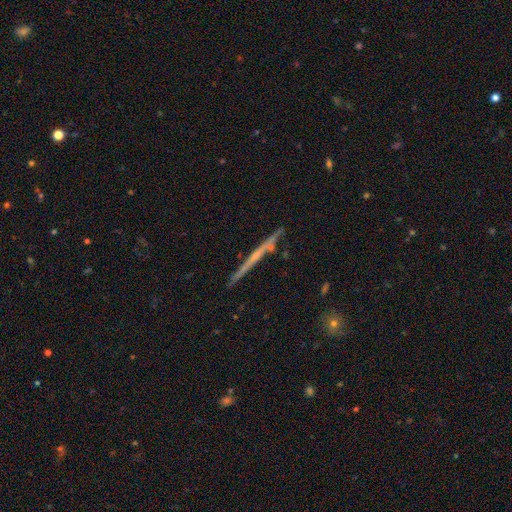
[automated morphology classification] The model was most divided on "edge-on bulge": none: 67%, rounded: 27%, boxy: 6%. More confident: edge-on disk — yes (98%); merging — none (88%); smooth or featured — featured or disk (71%).